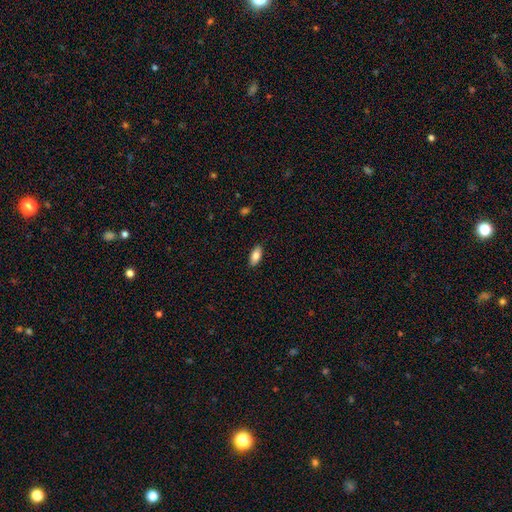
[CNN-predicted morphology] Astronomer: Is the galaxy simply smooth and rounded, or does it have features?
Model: smooth — 83%.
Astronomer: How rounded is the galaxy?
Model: in between — 89%.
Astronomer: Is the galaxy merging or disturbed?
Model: none — 88%.